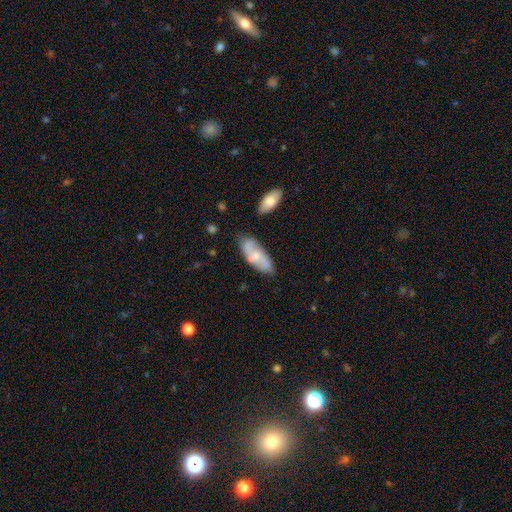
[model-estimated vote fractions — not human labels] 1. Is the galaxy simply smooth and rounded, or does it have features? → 47% smooth (tied), 47% featured or disk (tied), 6% star or artifact.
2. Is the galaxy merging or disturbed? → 63% none, 23% minor disturbance, 9% merger, 6% major disturbance.